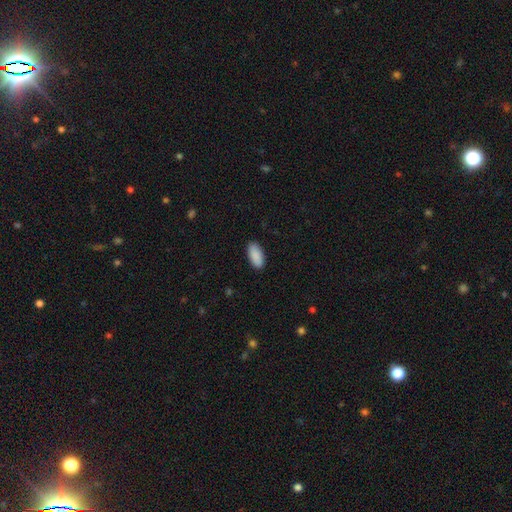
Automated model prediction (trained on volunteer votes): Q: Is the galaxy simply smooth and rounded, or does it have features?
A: smooth — 91%.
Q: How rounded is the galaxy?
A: in between — 92%.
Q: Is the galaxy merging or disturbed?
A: none — 89%.